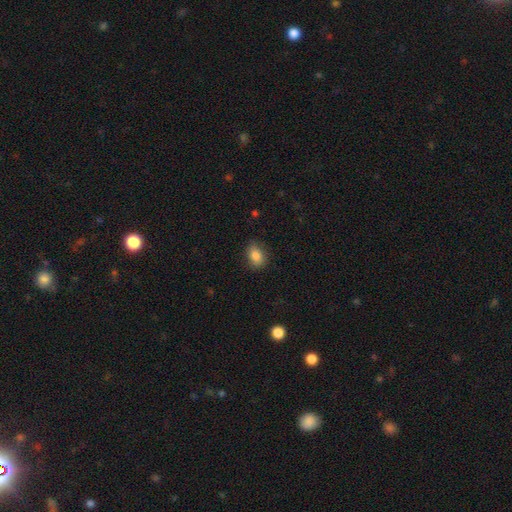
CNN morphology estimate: Overall: smooth (84%). How rounded: in between (70%). Merging: none (80%).